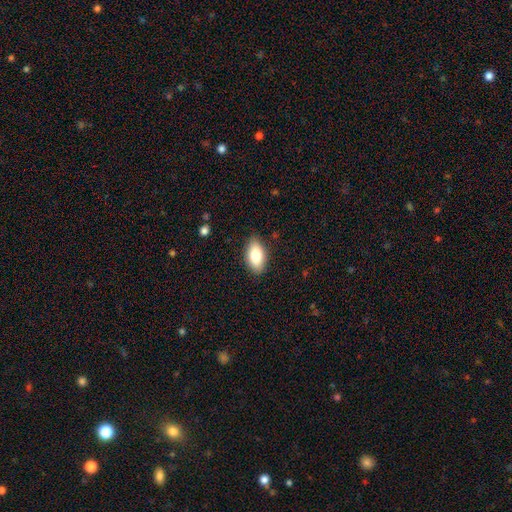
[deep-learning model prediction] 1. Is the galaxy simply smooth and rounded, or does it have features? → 81% smooth, 13% featured or disk, 7% star or artifact.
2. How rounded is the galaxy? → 92% in between, 4% round, 4% cigar-shaped.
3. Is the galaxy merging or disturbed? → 87% none, 10% minor disturbance, 2% major disturbance, 1% merger.